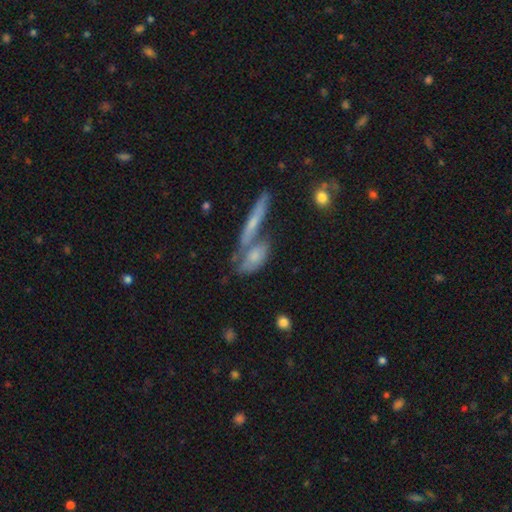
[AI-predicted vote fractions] smooth 63%, featured or disk 30%, star or artifact 7%. Down the decision tree: how rounded — in between (63%); merging — merger (47%).